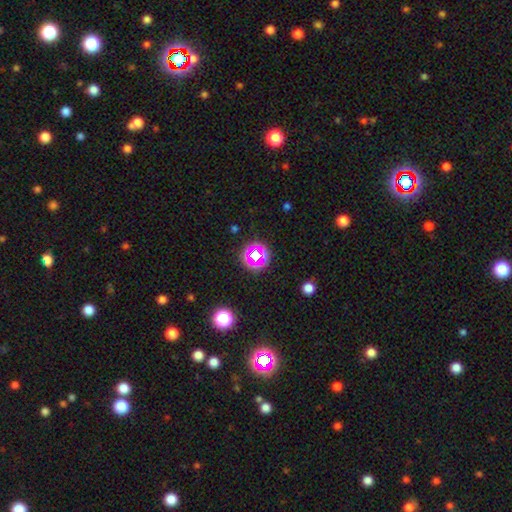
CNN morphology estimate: Smooth or featured? star or artifact (56%)